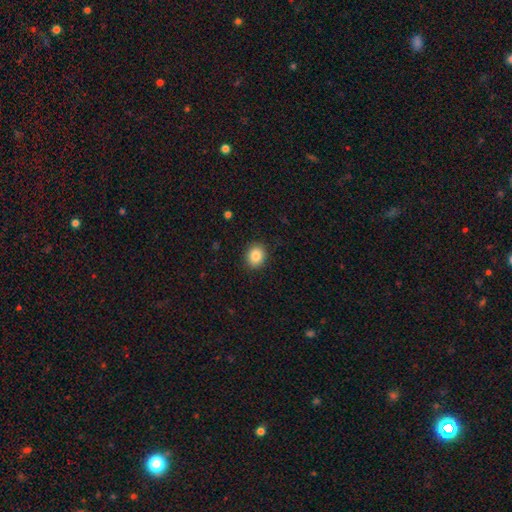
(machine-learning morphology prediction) smooth_or_featured: smooth (p=0.85) [alt: star or artifact p=0.09]
how_rounded: round (p=0.63) [alt: in between p=0.36]
merging: none (p=0.89) [alt: minor disturbance p=0.08]